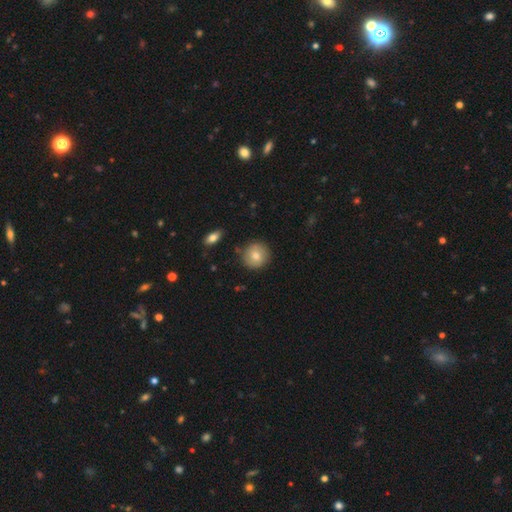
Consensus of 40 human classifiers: Smooth or featured? 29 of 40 (72%) said smooth. How rounded? 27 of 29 (93%) said round. Merging? 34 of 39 (87%) said none.